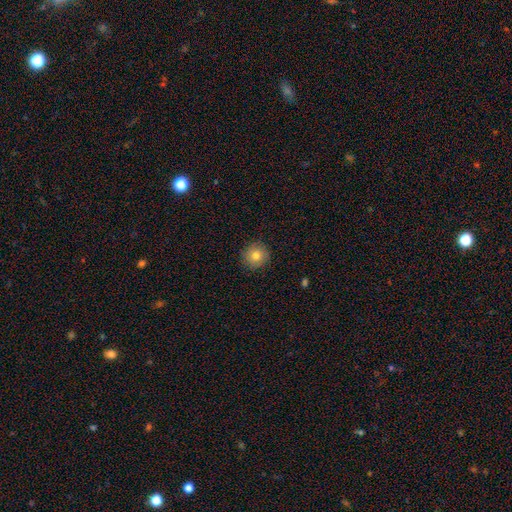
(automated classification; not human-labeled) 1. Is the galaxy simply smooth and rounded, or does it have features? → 78% smooth, 11% featured or disk, 10% star or artifact.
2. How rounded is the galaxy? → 94% round, 6% in between, 1% cigar-shaped.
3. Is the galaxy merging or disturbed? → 89% none, 8% minor disturbance, 2% major disturbance, 1% merger.